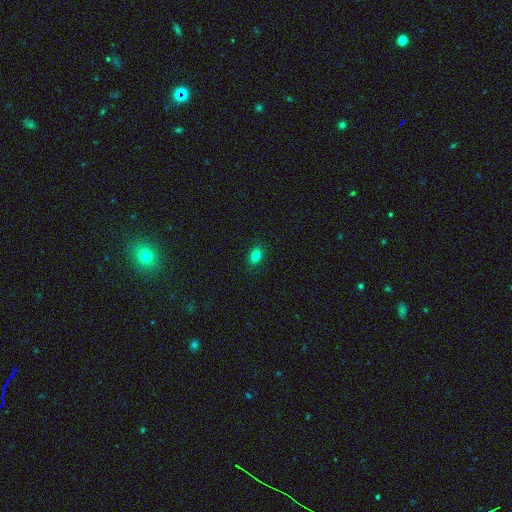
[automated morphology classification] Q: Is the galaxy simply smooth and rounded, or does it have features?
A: smooth — 81%.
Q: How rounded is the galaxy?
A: in between — 84%.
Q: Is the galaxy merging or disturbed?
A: none — 88%.